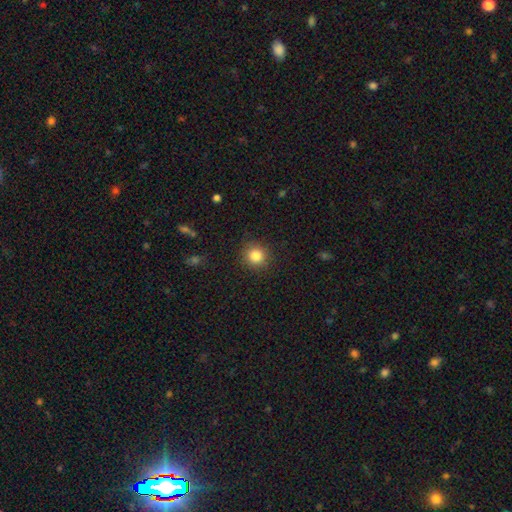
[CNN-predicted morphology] The model was most divided on "smooth or featured": smooth: 84%, star or artifact: 11%, featured or disk: 5%. More confident: how rounded — round (92%); merging — none (89%).